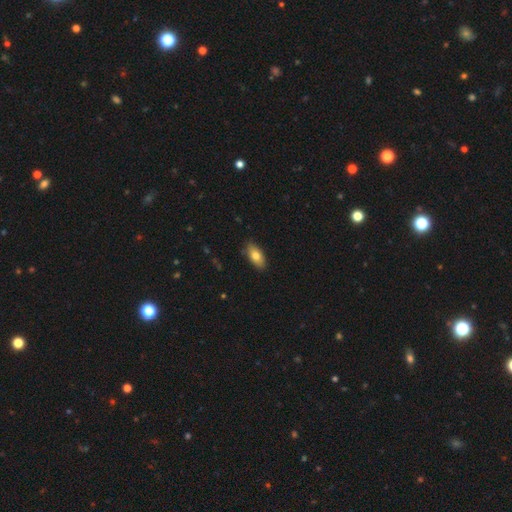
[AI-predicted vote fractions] This is likely a smooth galaxy (77%). How rounded: clearly in between (88%). Merging: clearly none (85%).